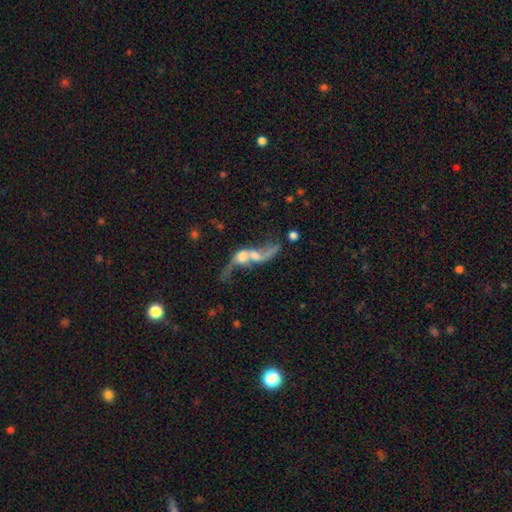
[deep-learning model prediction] featured or disk 62%, smooth 27%, star or artifact 11%. Down the decision tree: edge-on disk — no (89%); bar — no (66%); spiral arms — yes (59%); bulge size — moderate (34%); merging — merger (69%).